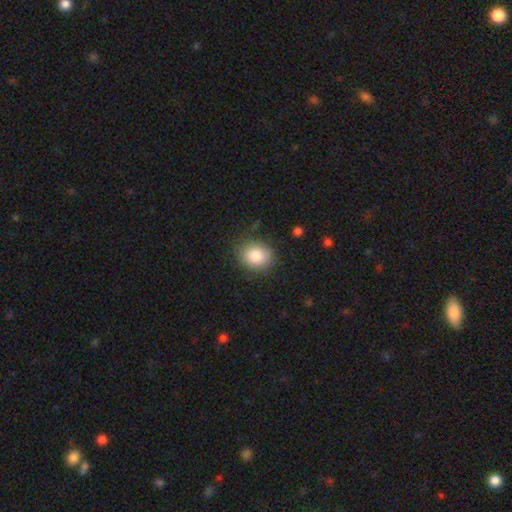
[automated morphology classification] Smooth or featured?
  - smooth: 85% *
  - star or artifact: 8%
  - featured or disk: 7%
How rounded?
  - round: 58% *
  - in between: 41%
  - cigar-shaped: 1%
Merging?
  - none: 80% *
  - minor disturbance: 14%
  - major disturbance: 4%
  - merger: 2%